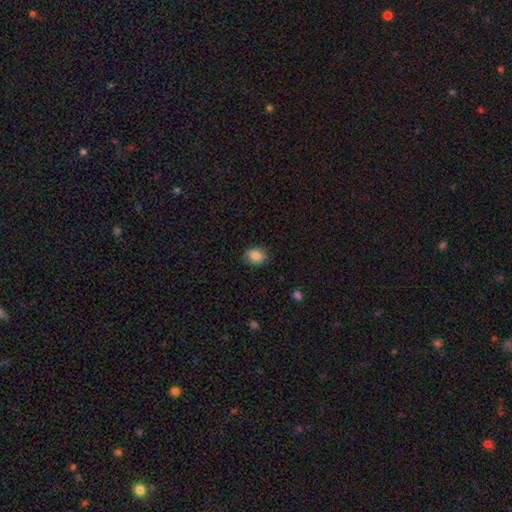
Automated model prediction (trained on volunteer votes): Smooth or featured? smooth (86%)
How rounded? round (53%)
Merging? none (82%)